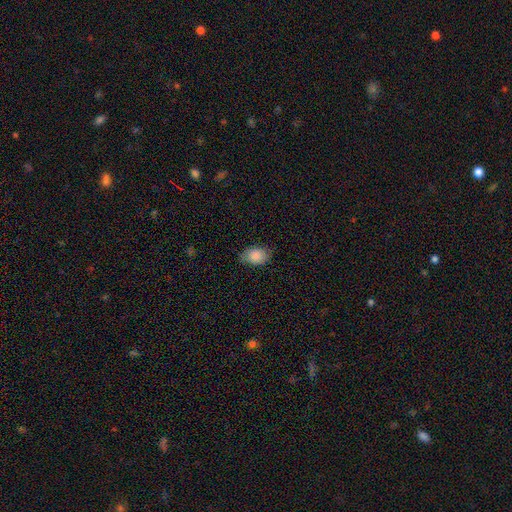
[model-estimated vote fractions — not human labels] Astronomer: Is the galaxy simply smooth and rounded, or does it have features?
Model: smooth — 86%.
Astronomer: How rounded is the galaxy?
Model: in between — 80%.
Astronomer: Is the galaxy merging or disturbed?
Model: none — 72%.